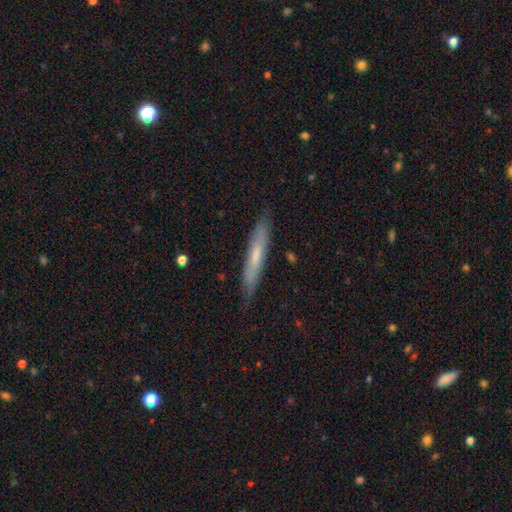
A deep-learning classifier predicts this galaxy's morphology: Overall: smooth (56%; featured or disk 38%). How rounded: cigar-shaped (93%). Merging: none (83%).